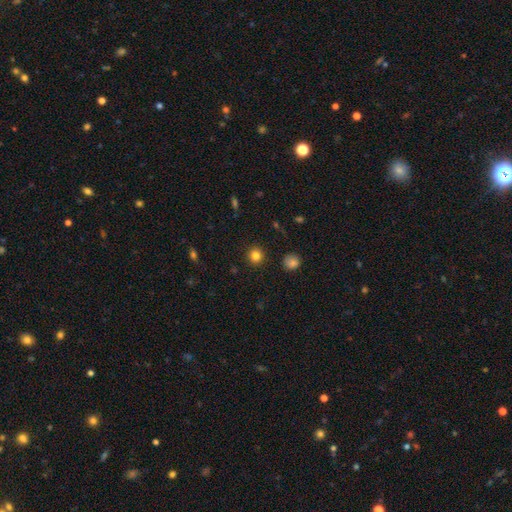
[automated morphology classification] Overall: smooth (83%). How rounded: round (91%). Merging: none (92%).